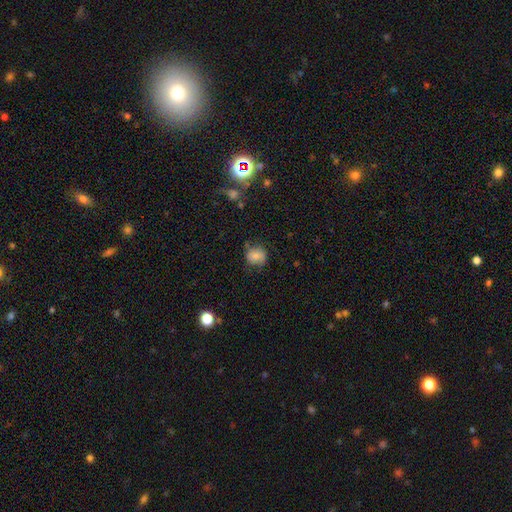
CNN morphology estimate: This appears to be a smooth galaxy with no disk features (77%) that is round (73%). Merging: none (68%).